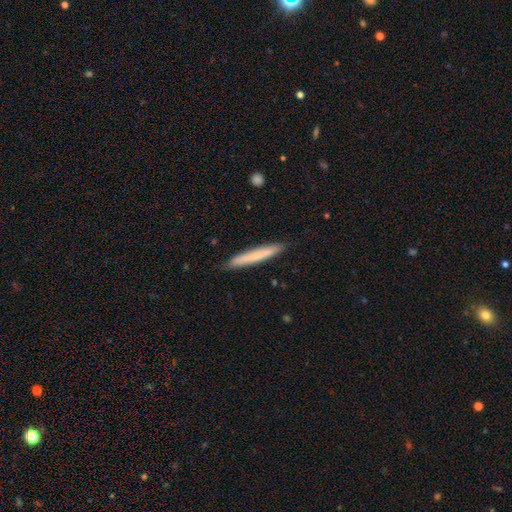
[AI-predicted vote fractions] Q: Smooth or featured?
A: smooth (64%); runner-up: featured or disk (31%)
Q: How rounded?
A: cigar-shaped (95%); runner-up: in between (4%)
Q: Merging?
A: none (88%); runner-up: minor disturbance (9%)